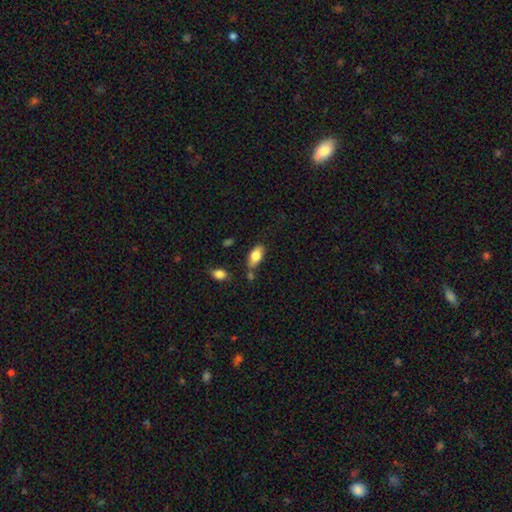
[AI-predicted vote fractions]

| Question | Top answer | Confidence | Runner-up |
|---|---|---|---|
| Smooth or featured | smooth | 81% | featured or disk (13%) |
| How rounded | in between | 88% | cigar-shaped (9%) |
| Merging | none | 68% | minor disturbance (18%) |